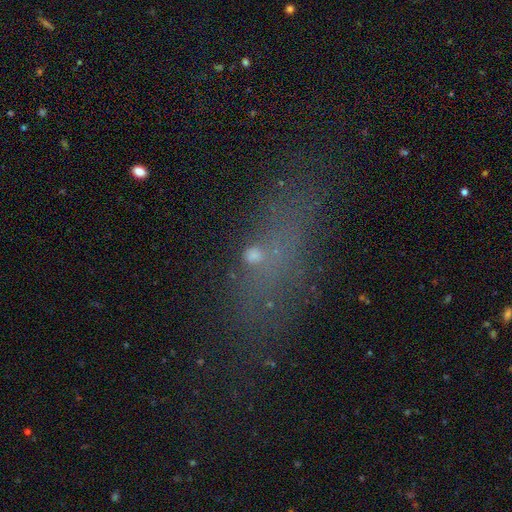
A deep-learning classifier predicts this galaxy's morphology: star or artifact 44%, smooth 35%, featured or disk 21%.